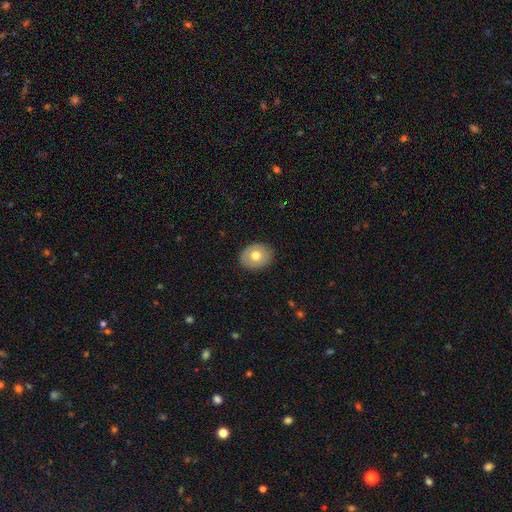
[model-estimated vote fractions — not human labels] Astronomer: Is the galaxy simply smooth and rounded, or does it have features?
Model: smooth — 71%.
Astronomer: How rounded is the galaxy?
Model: in between — 52% (runner-up: round, 47%).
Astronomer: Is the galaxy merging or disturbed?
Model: none — 88%.